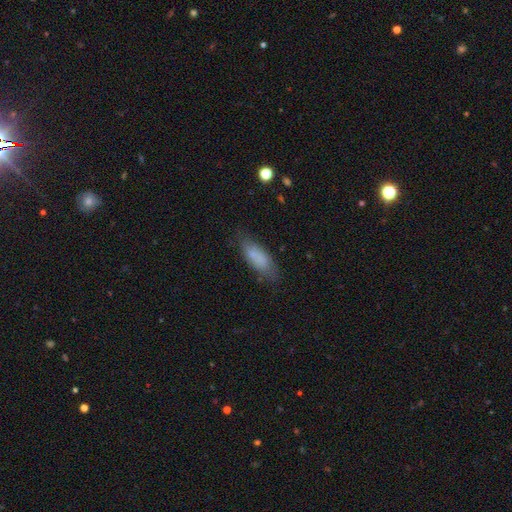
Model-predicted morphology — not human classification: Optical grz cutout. It shows a smooth galaxy with no disk features (77%) that is in between round and cigar-shaped (67%). Merging: none (75%).